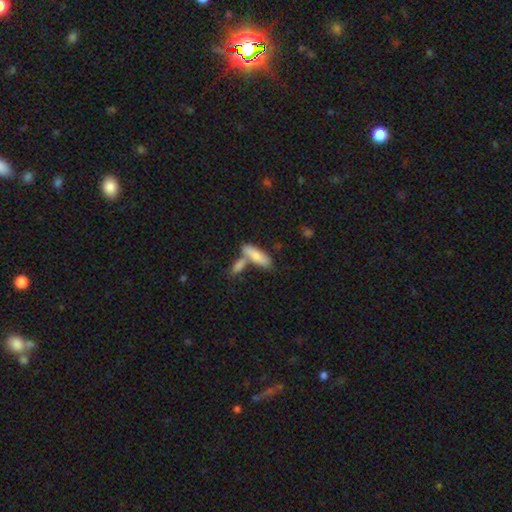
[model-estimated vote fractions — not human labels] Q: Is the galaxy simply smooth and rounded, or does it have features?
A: smooth — 76%.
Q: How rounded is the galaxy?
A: in between — 52%.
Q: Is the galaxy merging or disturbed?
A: none — 44%.